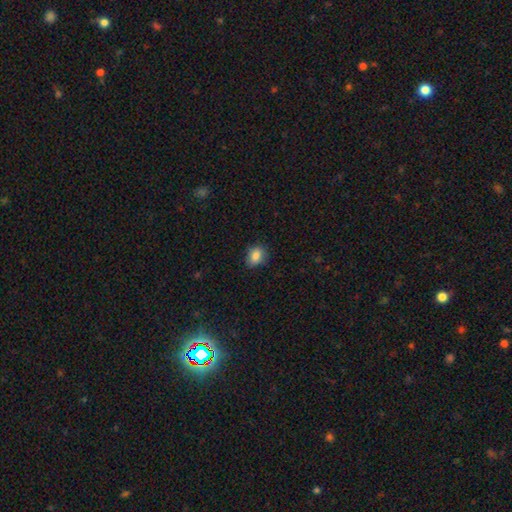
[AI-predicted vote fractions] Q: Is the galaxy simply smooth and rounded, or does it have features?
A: smooth — 85%.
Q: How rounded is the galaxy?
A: in between — 58%.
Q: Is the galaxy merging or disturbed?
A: none — 81%.